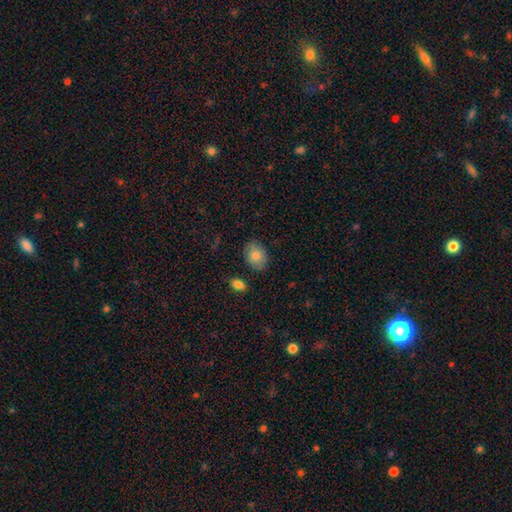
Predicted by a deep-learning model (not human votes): This appears to be a smooth galaxy with no disk features (83%) that is in between round and cigar-shaped (70%). Merging: none (83%).